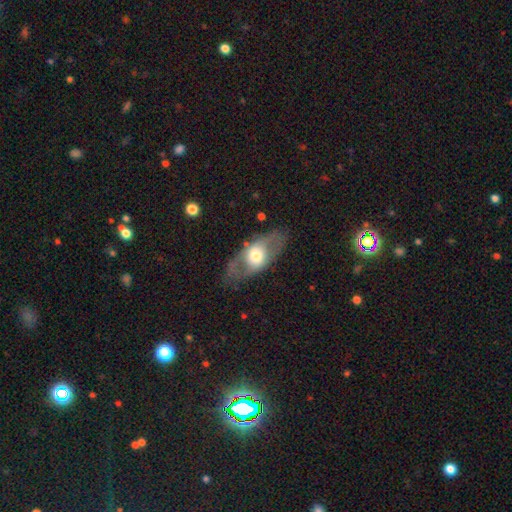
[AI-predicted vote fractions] smooth_or_featured: featured or disk (p=0.54) [alt: smooth p=0.40]
disk_edge_on: no (p=0.79) [alt: yes p=0.21]
merging: none (p=0.75) [alt: minor disturbance p=0.15]